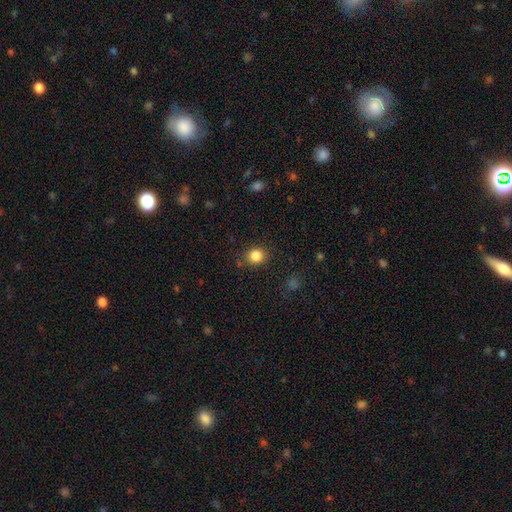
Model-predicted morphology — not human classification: Smooth or featured: smooth — 84% (star or artifact — 11%)
How rounded: round — 76% (in between — 23%)
Merging: none — 85% (minor disturbance — 10%)